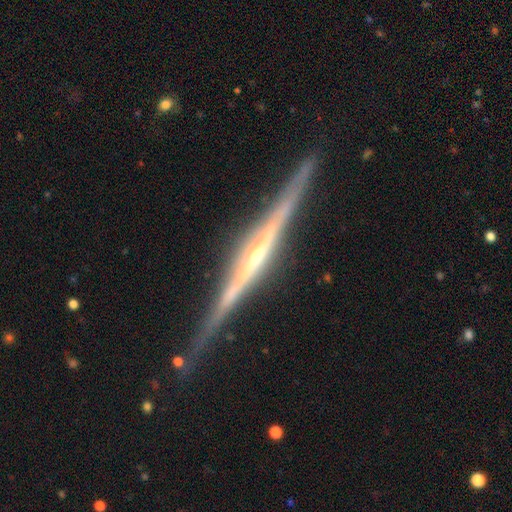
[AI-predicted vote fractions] smooth-or-featured: featured or disk: 89% | smooth: 6% | star or artifact: 5%
  disk-edge-on: yes: 98% | no: 2%
    edge-on-bulge: rounded: 51% | none: 32% | boxy: 17%
  merging: none: 89% | minor disturbance: 8% | major disturbance: 2% | merger: 1%